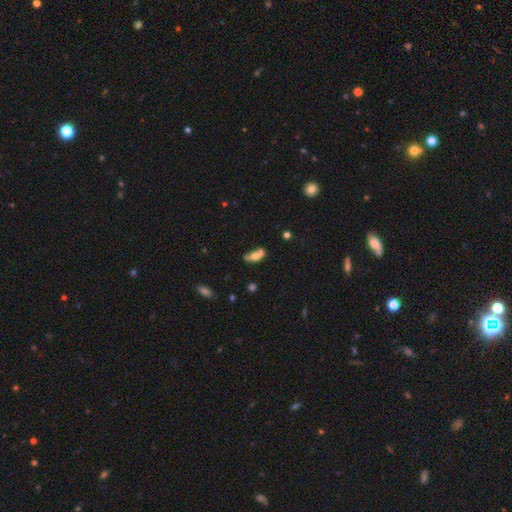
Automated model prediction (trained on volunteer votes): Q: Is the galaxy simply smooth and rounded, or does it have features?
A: smooth — 57%.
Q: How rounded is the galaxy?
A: in between — 81%.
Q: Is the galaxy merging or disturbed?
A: none — 43%.